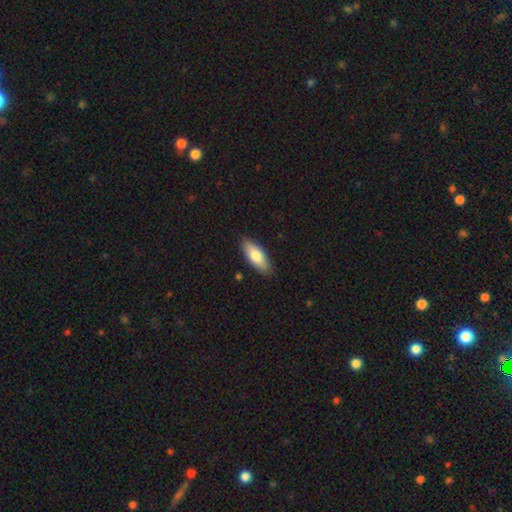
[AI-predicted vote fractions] Q: Smooth or featured?
A: smooth (77%); runner-up: featured or disk (17%)
Q: How rounded?
A: in between (73%); runner-up: cigar-shaped (25%)
Q: Merging?
A: none (87%); runner-up: minor disturbance (10%)